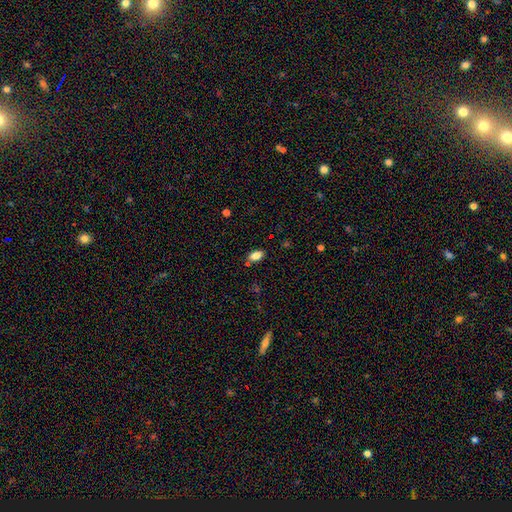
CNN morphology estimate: This is clearly a smooth galaxy (83%). How rounded: clearly in between (90%). Merging: clearly none (80%).